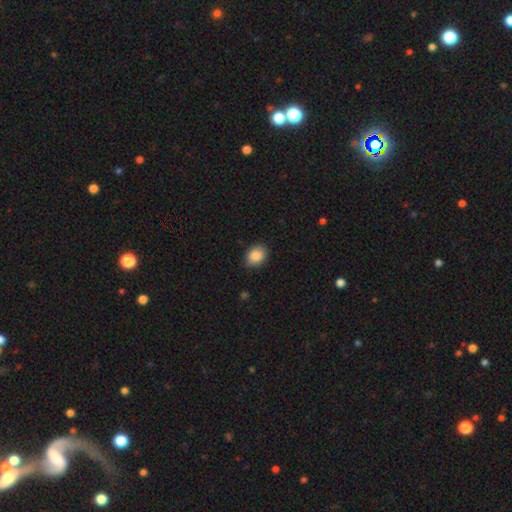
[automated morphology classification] Smooth or featured? Predicted: smooth (p=0.88). How rounded? Predicted: in between (p=0.61). Merging? Predicted: none (p=0.85).